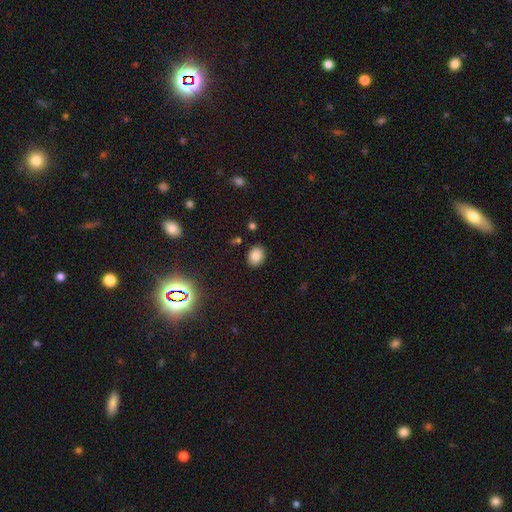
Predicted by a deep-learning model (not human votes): smooth_or_featured: smooth (p=0.83) [alt: star or artifact p=0.12]
how_rounded: in between (p=0.53) [alt: round p=0.46]
merging: none (p=0.87) [alt: minor disturbance p=0.09]